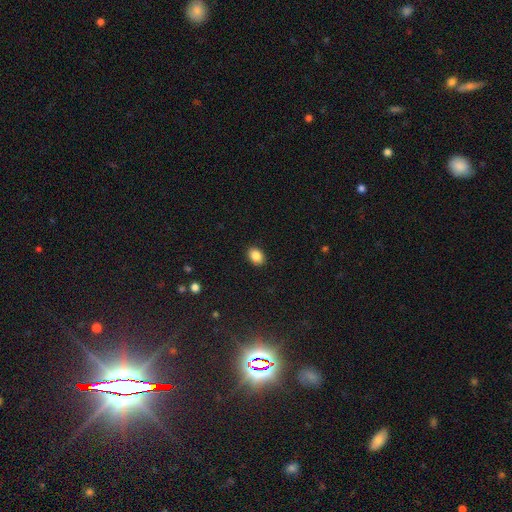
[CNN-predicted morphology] type=smooth (86%); roundness=in between (74%); merging=none (90%).